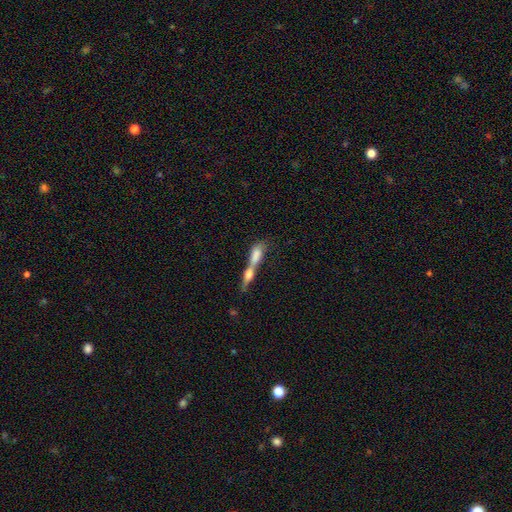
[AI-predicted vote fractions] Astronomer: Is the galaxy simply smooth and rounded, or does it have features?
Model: smooth — 46% (runner-up: featured or disk, 43%).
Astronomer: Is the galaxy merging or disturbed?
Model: merger — 59%.